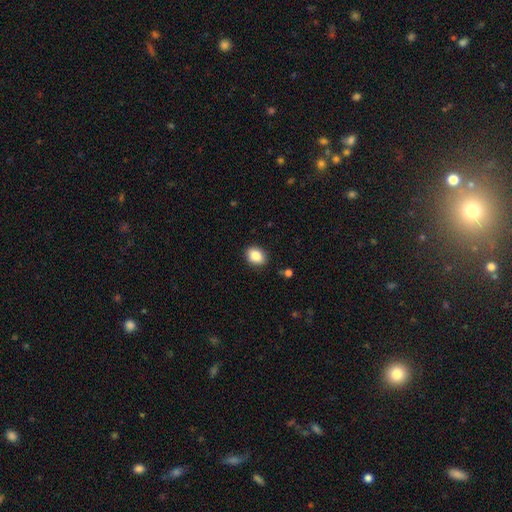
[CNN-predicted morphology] This appears to be a smooth galaxy with no disk features (85%) that is in between round and cigar-shaped (62%). Merging: none (87%).